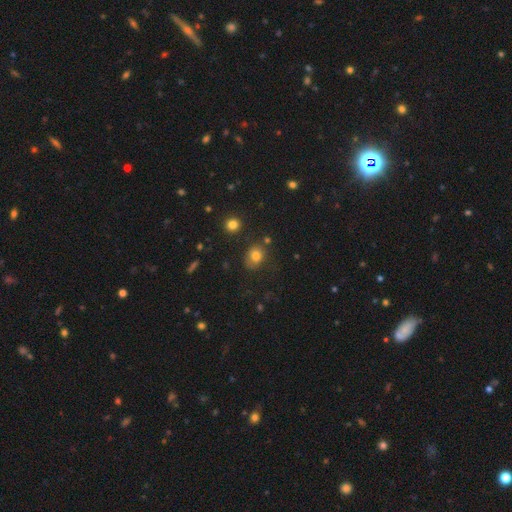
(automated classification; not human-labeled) smooth_or_featured: smooth (p=0.79) [alt: star or artifact p=0.13]
how_rounded: round (p=0.52) [alt: in between p=0.47]
merging: none (p=0.72) [alt: minor disturbance p=0.18]